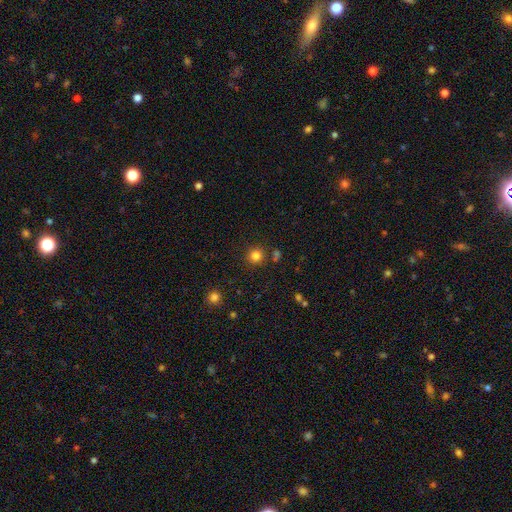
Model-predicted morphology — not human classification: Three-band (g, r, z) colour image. It shows a smooth galaxy with no disk features (81%) that is round (94%). Merging: none (85%).